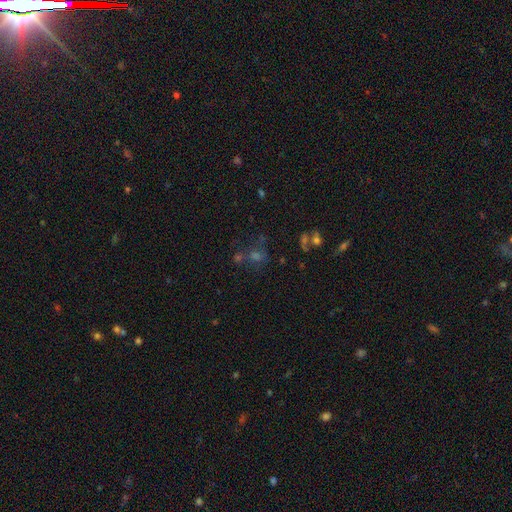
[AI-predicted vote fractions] The model was most divided on "smooth or featured": star or artifact: 43%, smooth: 37%, featured or disk: 20%.